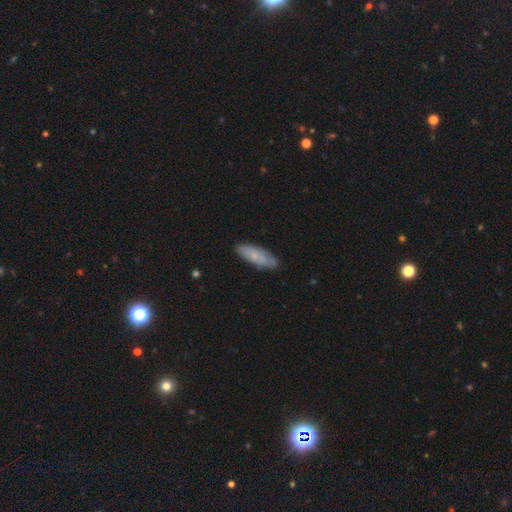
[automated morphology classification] This is likely a smooth galaxy (65%). How rounded: possibly in between (59%). Merging: likely none (78%).